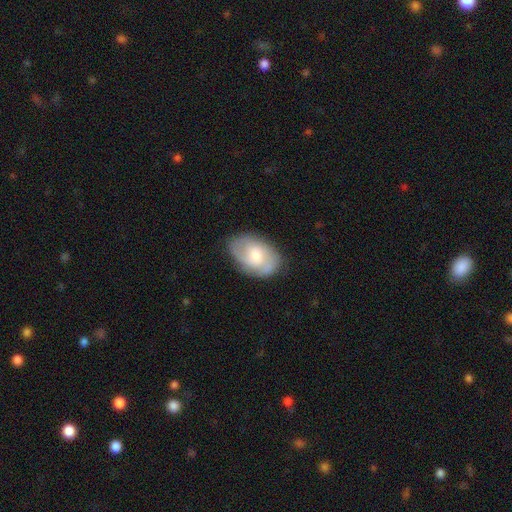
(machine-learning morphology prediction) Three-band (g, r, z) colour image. It shows a featured or disk galaxy (57%) with no bar (55%), spiral arms (82%) and a moderate central bulge (59%). Merging: none (76%).